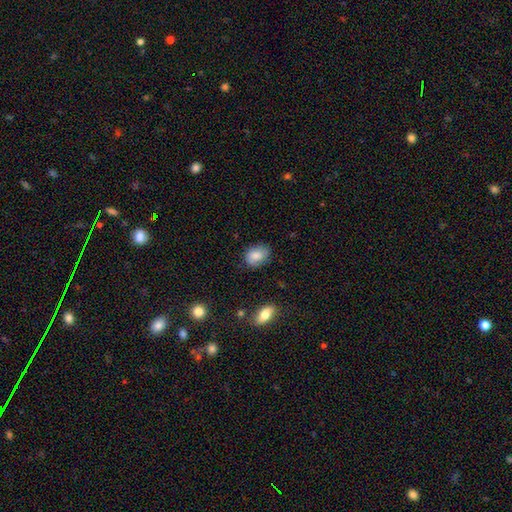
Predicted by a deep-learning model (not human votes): A smooth galaxy with no disk features (78%) that is in between round and cigar-shaped (68%).

Vote fractions:
- Smooth or featured? smooth: 78% / featured or disk: 14% / star or artifact: 8%
- How rounded? in between: 68% / round: 30% / cigar-shaped: 1%
- Merging? none: 75% / minor disturbance: 20% / major disturbance: 4% / merger: 2%